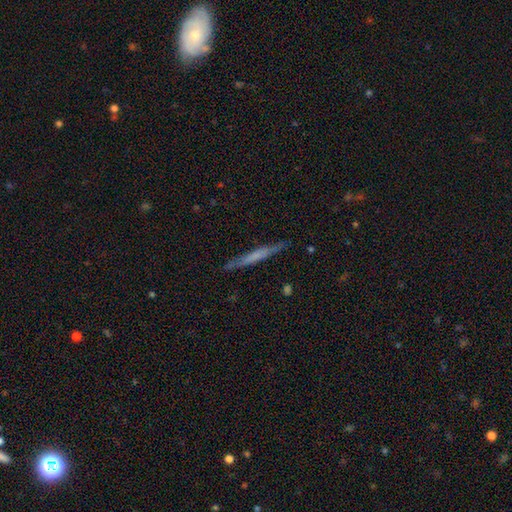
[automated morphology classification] Overall: featured or disk (48%; smooth 46%). Merging: none (87%).